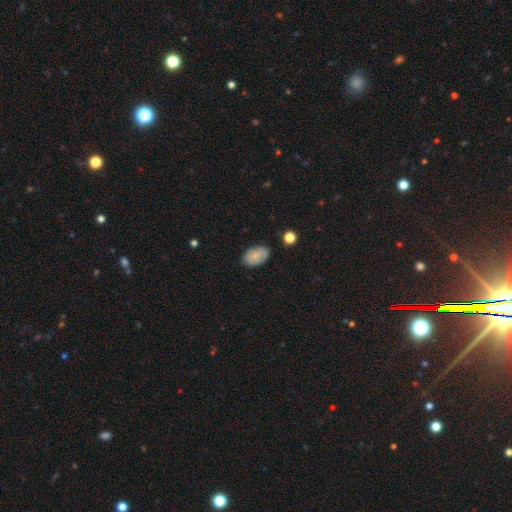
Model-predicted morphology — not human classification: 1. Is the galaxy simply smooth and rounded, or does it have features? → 80% smooth, 13% featured or disk, 7% star or artifact.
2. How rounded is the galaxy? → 92% in between, 7% round, 1% cigar-shaped.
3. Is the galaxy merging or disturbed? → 80% none, 16% minor disturbance, 3% major disturbance, 2% merger.